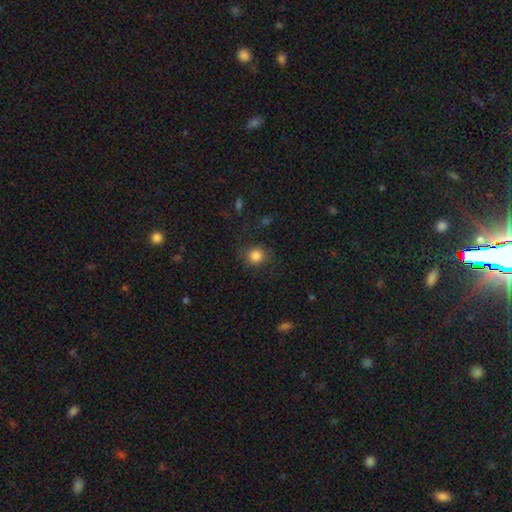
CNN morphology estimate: Smooth or featured: smooth — 83% (star or artifact — 11%)
How rounded: round — 88% (in between — 11%)
Merging: none — 79% (minor disturbance — 13%)